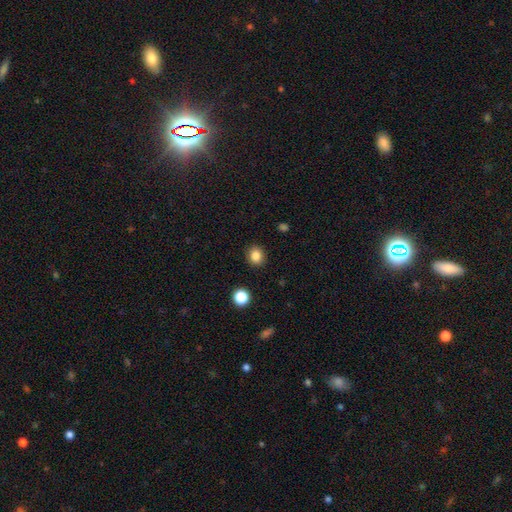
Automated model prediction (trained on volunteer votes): Morphology: type=smooth (84%); roundness=round (76%); merging=none (90%).